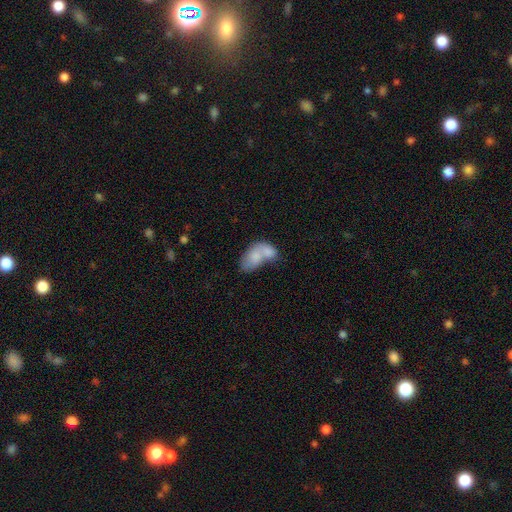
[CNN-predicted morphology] Smooth or featured?
  - smooth: 76% *
  - featured or disk: 18%
  - star or artifact: 6%
How rounded?
  - in between: 90% *
  - round: 8%
  - cigar-shaped: 2%
Merging?
  - merger: 69% *
  - none: 16%
  - minor disturbance: 9%
  - major disturbance: 7%